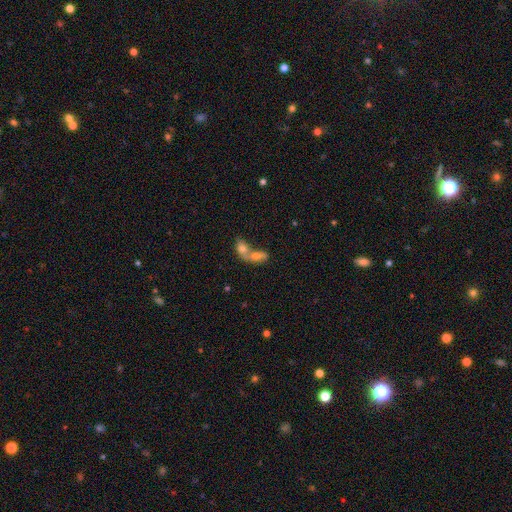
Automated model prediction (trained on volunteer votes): Smooth or featured? Predicted: smooth (p=0.59). How rounded? Predicted: in between (p=0.73). Merging? Predicted: merger (p=0.77).